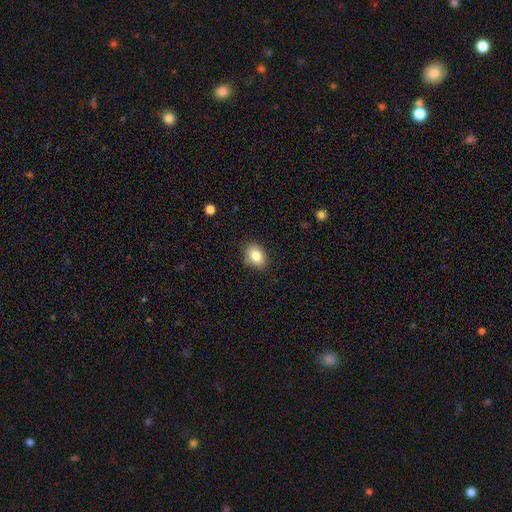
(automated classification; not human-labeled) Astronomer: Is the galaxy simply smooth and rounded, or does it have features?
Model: smooth — 83%.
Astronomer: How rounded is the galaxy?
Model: in between — 71%.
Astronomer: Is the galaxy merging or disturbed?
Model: none — 83%.